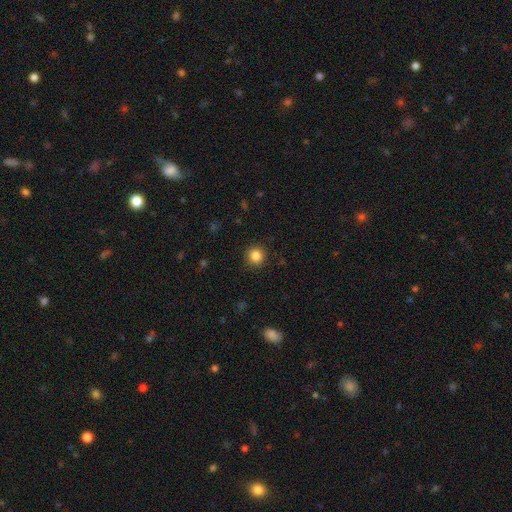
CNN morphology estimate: The model was most divided on "smooth or featured": smooth: 84%, star or artifact: 11%, featured or disk: 4%. More confident: how rounded — round (94%); merging — none (91%).